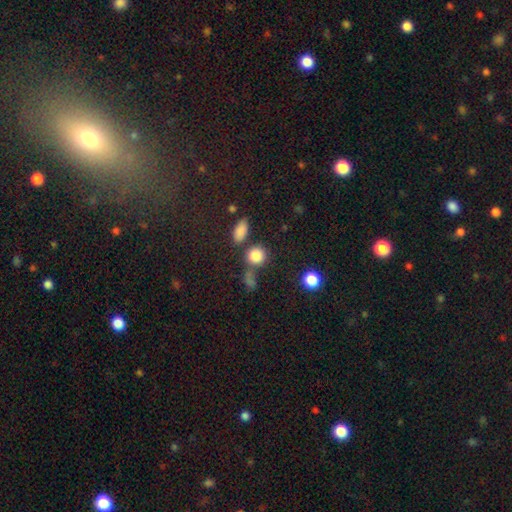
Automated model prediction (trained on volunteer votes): Overall: smooth (83%). How rounded: round (82%). Merging: none (63%).